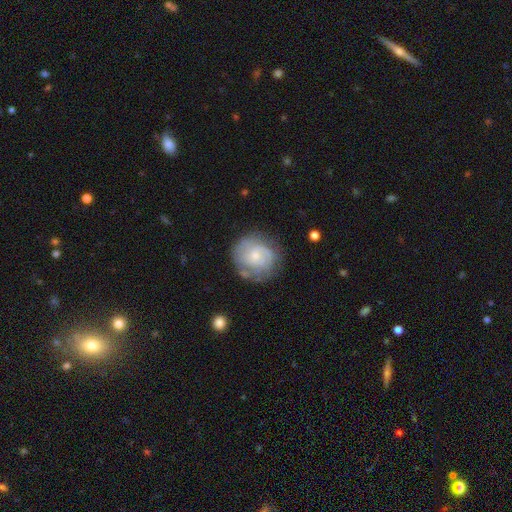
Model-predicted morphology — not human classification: Q: Smooth or featured?
A: featured or disk (71%); runner-up: smooth (23%)
Q: Edge-on disk?
A: no (98%); runner-up: yes (2%)
Q: Bar?
A: no (73%); runner-up: weak (24%)
Q: Spiral arms?
A: yes (89%); runner-up: no (11%)
Q: Spiral winding?
A: tight (59%); runner-up: medium (31%)
Q: Spiral arm count?
A: 2 (33%); tied with: can't tell (33%)
Q: Bulge size?
A: small (67%); runner-up: moderate (27%)
Q: Merging?
A: none (70%); runner-up: minor disturbance (19%)